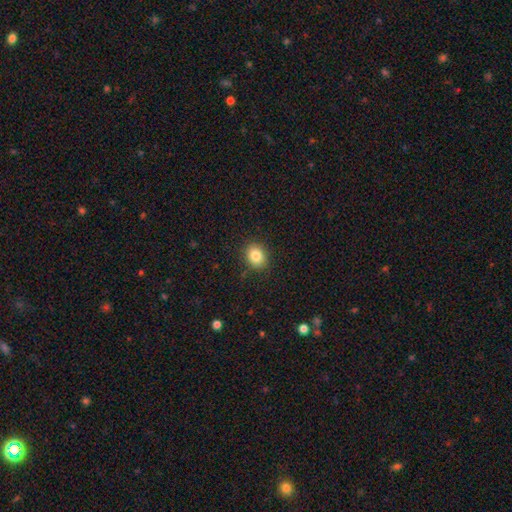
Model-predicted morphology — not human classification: smooth 83%, star or artifact 10%, featured or disk 7%. Down the decision tree: how rounded — round (51%); merging — none (88%).